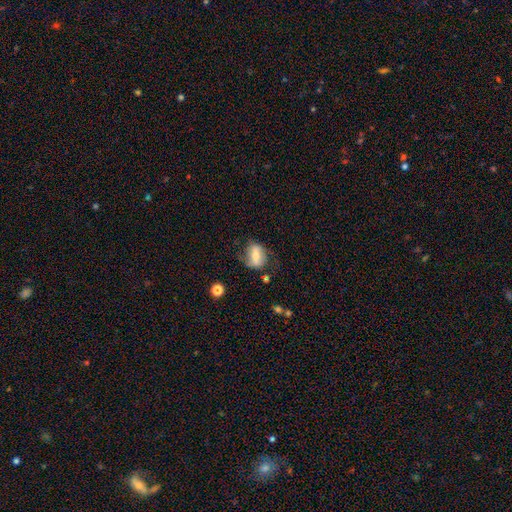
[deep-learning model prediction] The model was most divided on "smooth or featured": smooth: 54%, featured or disk: 38%, star or artifact: 8%. More confident: how rounded — in between (66%); merging — none (57%).